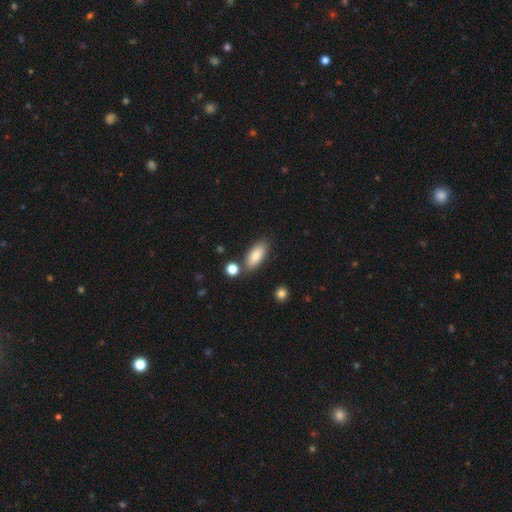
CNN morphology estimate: This is clearly a smooth galaxy (84%). How rounded: clearly in between (83%). Merging: likely none (77%).